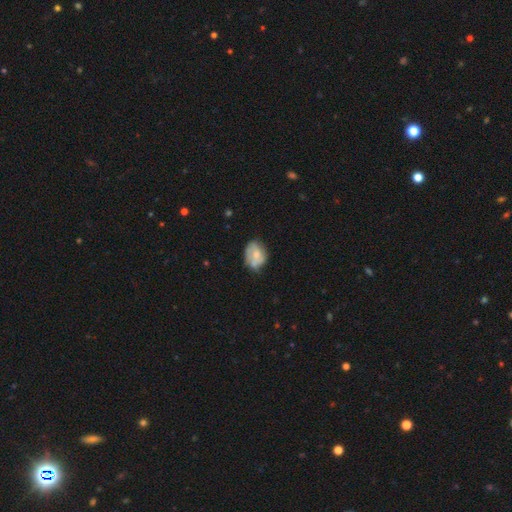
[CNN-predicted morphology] A smooth galaxy with no disk features (50%). Merging: none (48%).